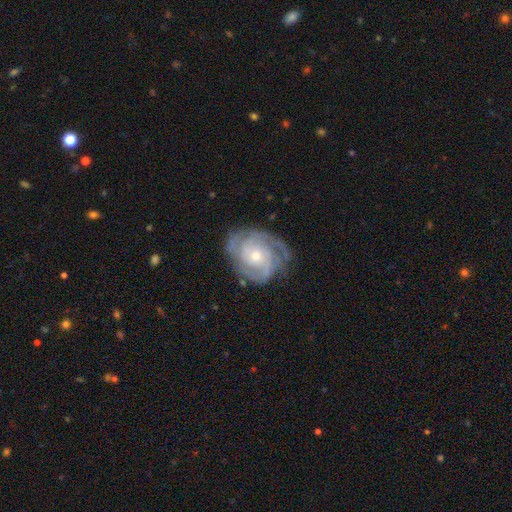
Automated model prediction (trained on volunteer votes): Smooth or featured?
  - featured or disk: 85% *
  - smooth: 9%
  - star or artifact: 5%
Edge-on disk?
  - no: 97% *
  - yes: 3%
Bar?
  - no: 75% *
  - weak: 21%
  - strong: 4%
Spiral arms?
  - yes: 95% *
  - no: 5%
Spiral winding?
  - tight: 65% *
  - medium: 29%
  - loose: 6%
Spiral arm count?
  - 3: 29% *
  - can't tell: 27%
  - 2: 18%
  - 4: 14%
  - more than 4: 6%
  - 1: 6%
Bulge size?
  - small: 52% *
  - moderate: 44%
  - large: 2%
  - none: 1%
  - dominant: 1%
Merging?
  - none: 71% *
  - minor disturbance: 19%
  - major disturbance: 8%
  - merger: 1%